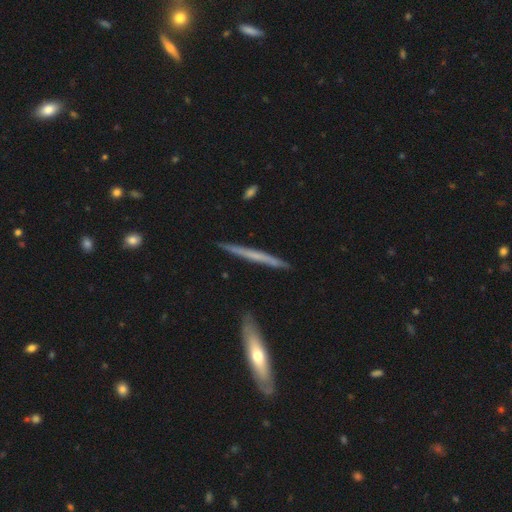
smooth-or-featured: featured or disk: 62% | smooth: 35% | star or artifact: 2%
  disk-edge-on: yes: 100% | no: 0%
    edge-on-bulge: none: 72% | rounded: 24% | boxy: 4%
  merging: none: 92% | minor disturbance: 5% | major disturbance: 3% | merger: 0%